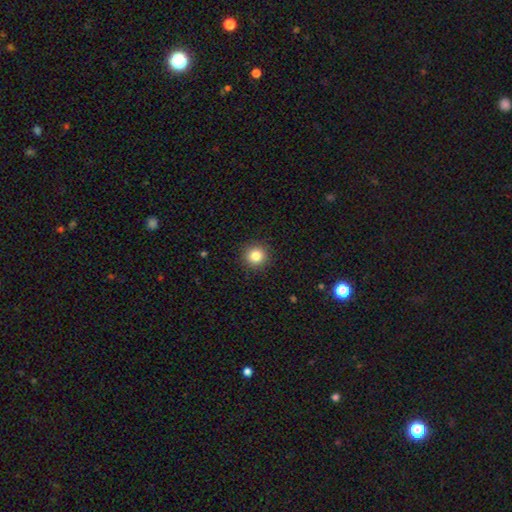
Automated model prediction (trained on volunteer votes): This is clearly a smooth galaxy (84%). How rounded: clearly round (95%). Merging: clearly none (92%).